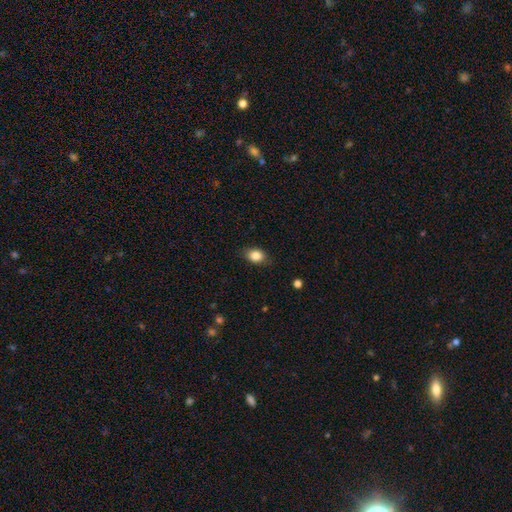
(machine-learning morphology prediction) This appears to be a smooth galaxy with no disk features (85%) that is in between round and cigar-shaped (71%). Merging: none (82%).